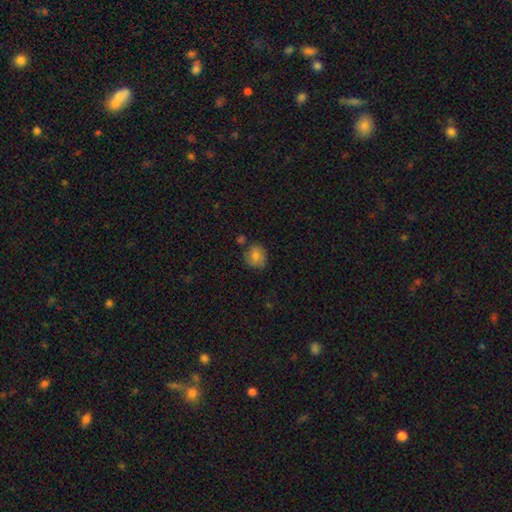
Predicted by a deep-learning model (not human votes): Q: Smooth or featured?
A: smooth (79%); runner-up: featured or disk (12%)
Q: How rounded?
A: round (75%); runner-up: in between (24%)
Q: Merging?
A: none (72%); runner-up: minor disturbance (17%)